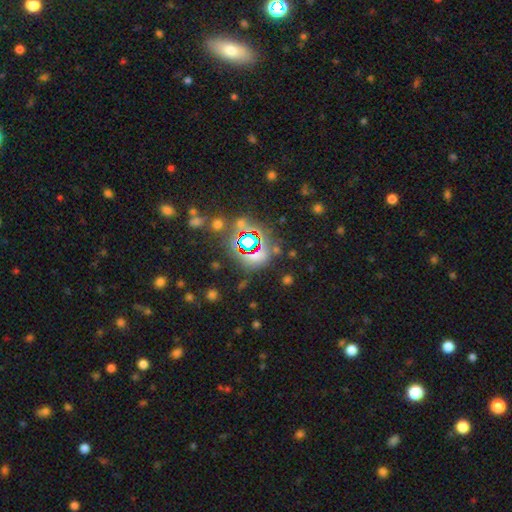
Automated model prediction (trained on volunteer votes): Morphology: type=star or artifact (65%).